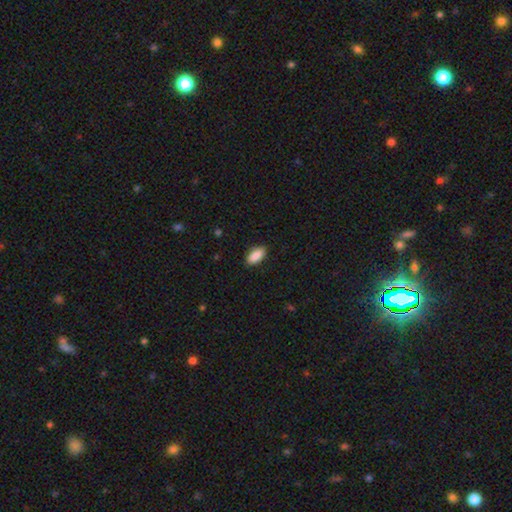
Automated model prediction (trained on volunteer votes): Smooth or featured?
  - smooth: 90% *
  - star or artifact: 6%
  - featured or disk: 4%
How rounded?
  - in between: 90% *
  - cigar-shaped: 7%
  - round: 2%
Merging?
  - none: 87% *
  - minor disturbance: 10%
  - major disturbance: 2%
  - merger: 1%